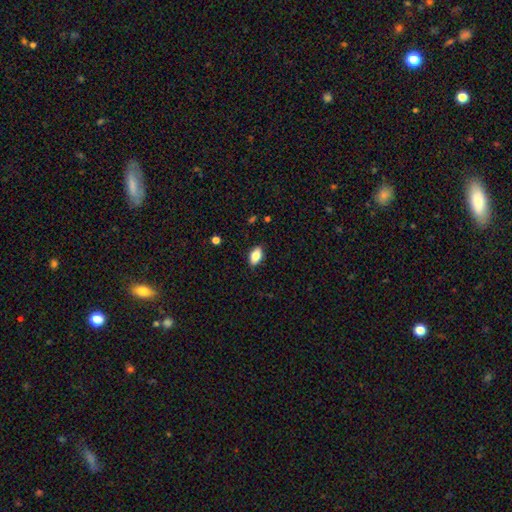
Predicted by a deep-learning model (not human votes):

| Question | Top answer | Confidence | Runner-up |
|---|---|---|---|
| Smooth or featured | smooth | 83% | featured or disk (10%) |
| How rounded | in between | 91% | round (5%) |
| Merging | none | 88% | minor disturbance (9%) |